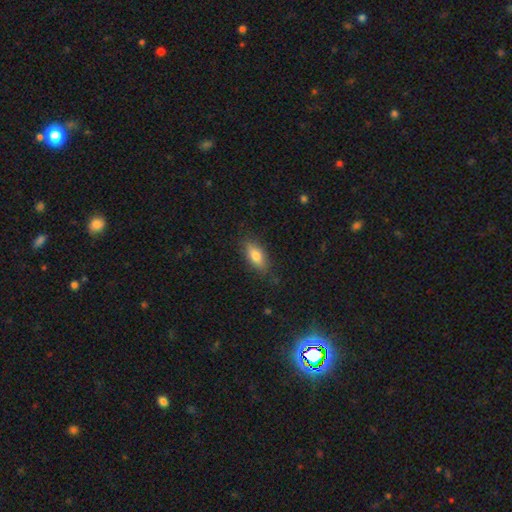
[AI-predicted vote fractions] Smooth or featured?
  - smooth: 77% *
  - featured or disk: 16%
  - star or artifact: 8%
How rounded?
  - in between: 80% *
  - cigar-shaped: 16%
  - round: 4%
Merging?
  - none: 84% *
  - minor disturbance: 13%
  - major disturbance: 3%
  - merger: 1%